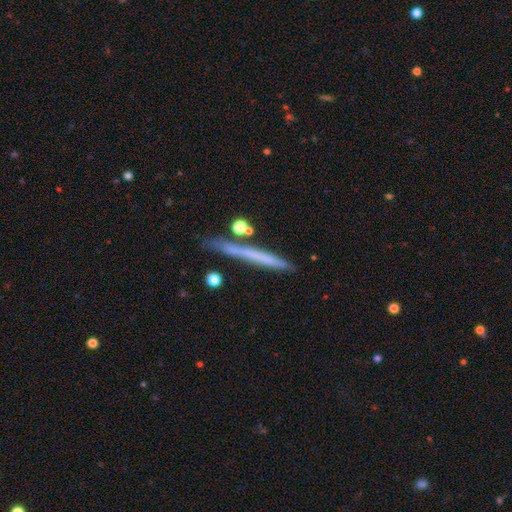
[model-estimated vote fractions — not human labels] Overall: smooth (51%; featured or disk 41%). How rounded: cigar-shaped (95%). Merging: none (84%).